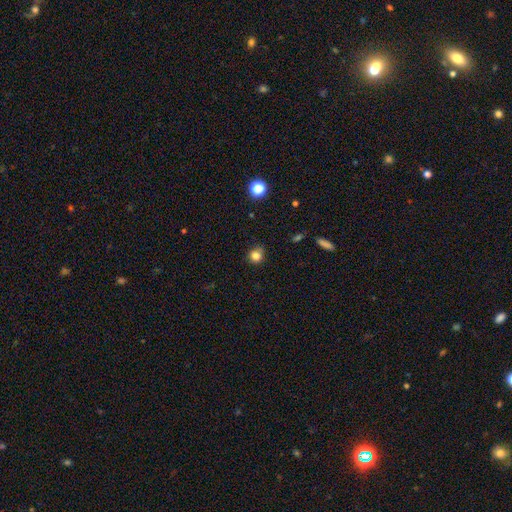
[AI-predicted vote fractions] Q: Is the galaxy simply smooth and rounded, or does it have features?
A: smooth — 81%.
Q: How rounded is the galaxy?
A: round — 83%.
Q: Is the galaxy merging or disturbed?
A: none — 78%.